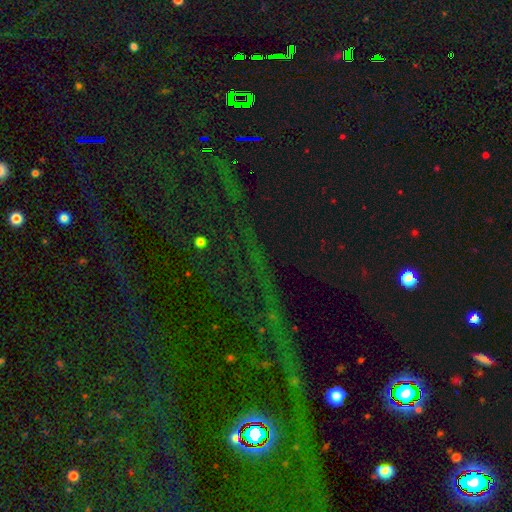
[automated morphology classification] The model was most divided on "smooth or featured": star or artifact: 81%, smooth: 10%, featured or disk: 9%.